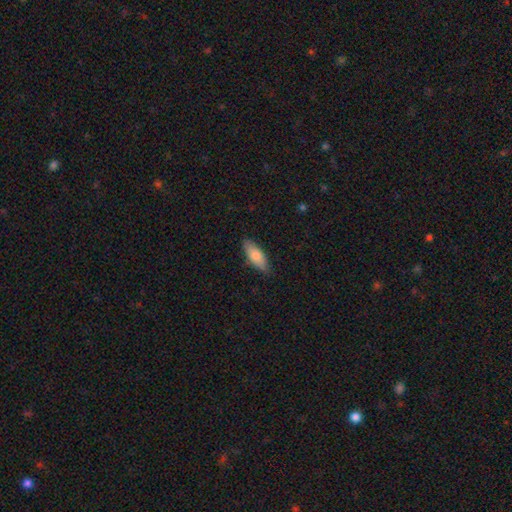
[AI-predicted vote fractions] Overall: smooth (76%). How rounded: in between (73%). Merging: none (84%).